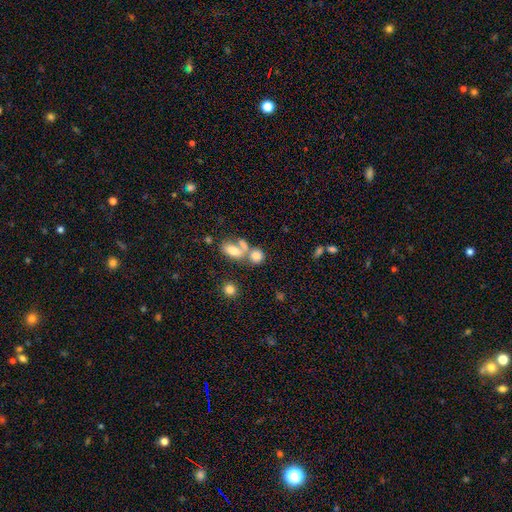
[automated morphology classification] smooth_or_featured: smooth (p=0.77) [alt: featured or disk p=0.12]
how_rounded: round (p=0.63) [alt: in between p=0.34]
merging: merger (p=0.44) [alt: none p=0.42]